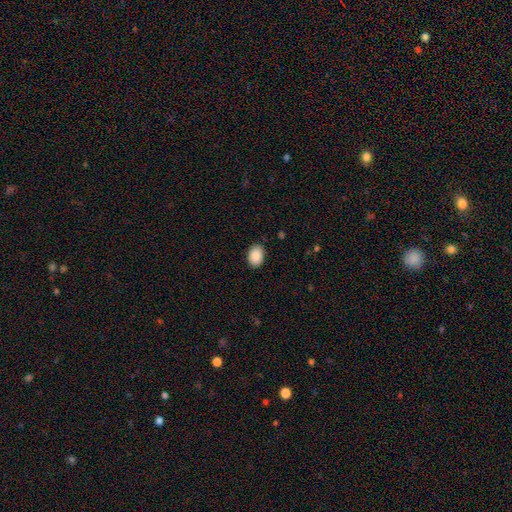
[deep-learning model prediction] smooth_or_featured: smooth (p=0.90) [alt: star or artifact p=0.07]
how_rounded: in between (p=0.81) [alt: round p=0.18]
merging: none (p=0.88) [alt: minor disturbance p=0.09]